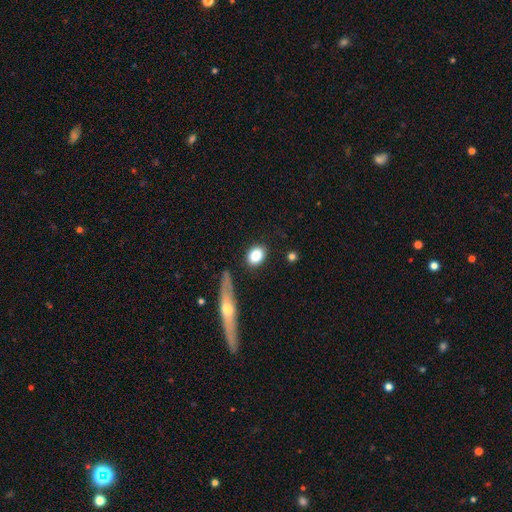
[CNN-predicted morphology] This is clearly a smooth galaxy (84%). How rounded: possibly in between (56%). Merging: clearly none (81%).